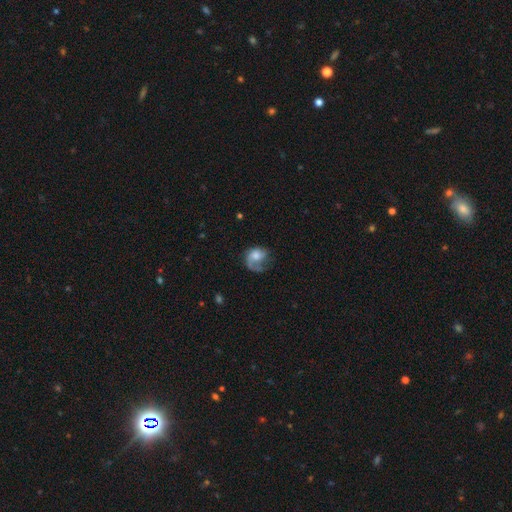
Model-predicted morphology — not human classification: The model was most divided on "merging": none: 39%, major disturbance: 37%, minor disturbance: 22%, merger: 3%. Remaining: edge-on disk — no (97%); spiral arms — yes (86%); bar — no (72%); smooth or featured — featured or disk (58%); bulge size — moderate (48%).